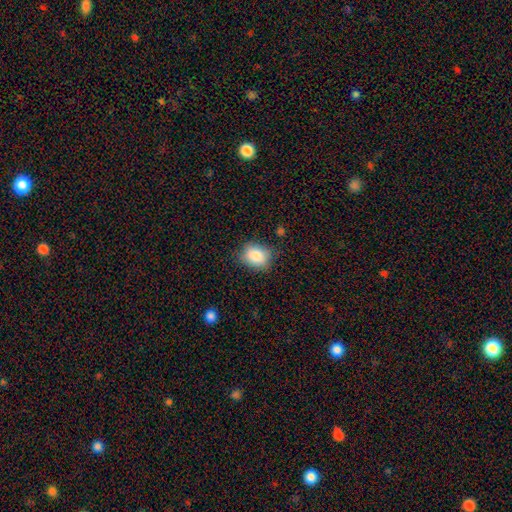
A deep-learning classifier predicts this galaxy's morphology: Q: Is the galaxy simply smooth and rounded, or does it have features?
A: smooth — 85%.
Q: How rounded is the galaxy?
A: in between — 57%.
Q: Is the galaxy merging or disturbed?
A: none — 75%.